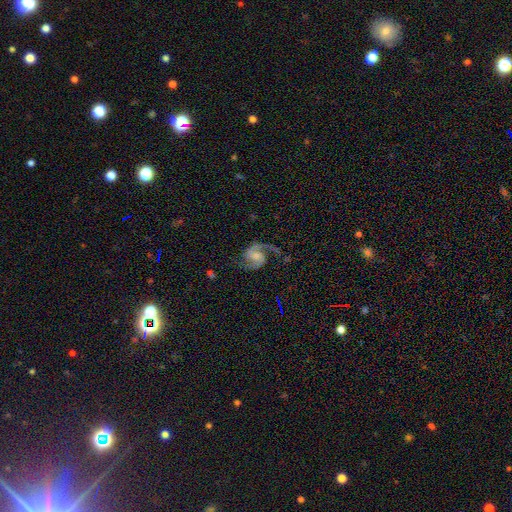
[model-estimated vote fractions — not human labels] The model was most divided on "bulge size" (2-way tie): moderate: 38%, small: 38%, none: 15%, large: 6%, dominant: 2%. More confident: edge-on disk — no (98%); spiral arms — yes (98%); spiral arm count — 2 (93%); smooth or featured — featured or disk (92%); merging — none (75%); spiral winding — medium (59%); bar — no (54%).